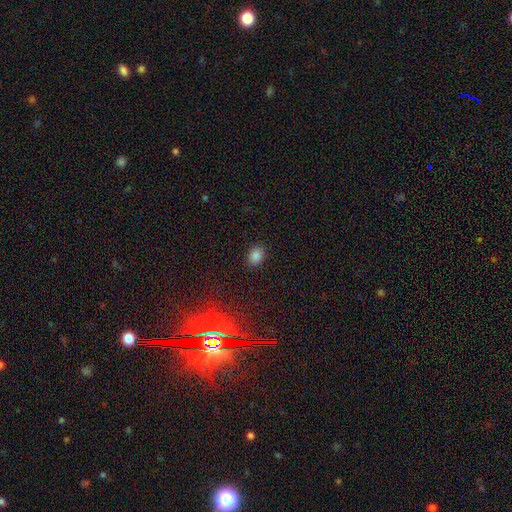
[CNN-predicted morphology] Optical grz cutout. It shows a smooth galaxy with no disk features (84%) that is in between round and cigar-shaped (58%). Merging: none (88%).